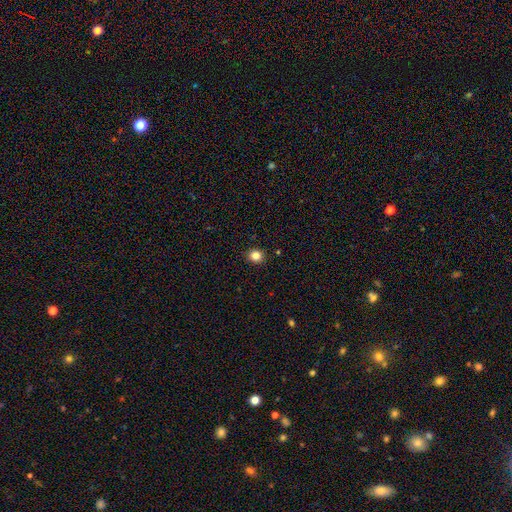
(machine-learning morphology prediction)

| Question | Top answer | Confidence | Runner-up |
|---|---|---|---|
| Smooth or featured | smooth | 83% | star or artifact (12%) |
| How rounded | round | 85% | in between (14%) |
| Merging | none | 92% | minor disturbance (5%) |